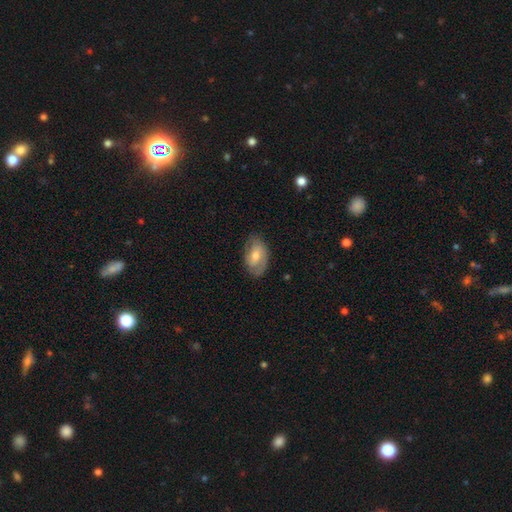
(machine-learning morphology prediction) smooth-or-featured: smooth: 48% | featured or disk: 46% | star or artifact: 6%
  merging: none: 73% | minor disturbance: 20% | major disturbance: 6% | merger: 1%